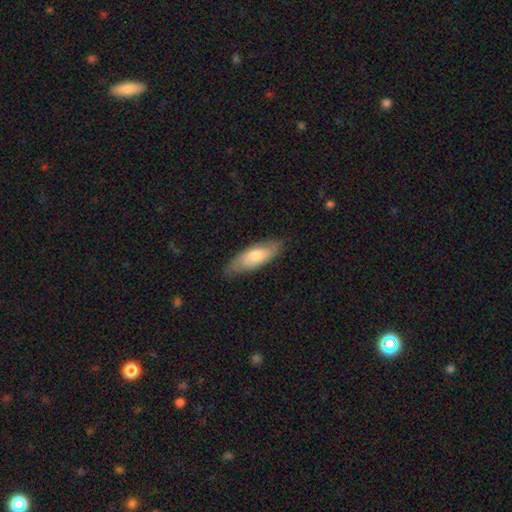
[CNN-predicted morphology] This appears to be a smooth galaxy with no disk features (62%) that is in between round and cigar-shaped (68%). Merging: none (75%).